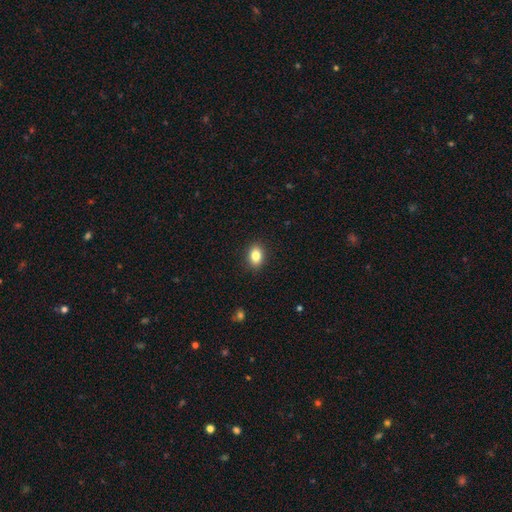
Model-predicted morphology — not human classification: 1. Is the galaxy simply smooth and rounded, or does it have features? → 84% smooth, 9% star or artifact, 7% featured or disk.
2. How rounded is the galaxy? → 78% in between, 21% round, 2% cigar-shaped.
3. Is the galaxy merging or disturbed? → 90% none, 7% minor disturbance, 2% major disturbance, 1% merger.